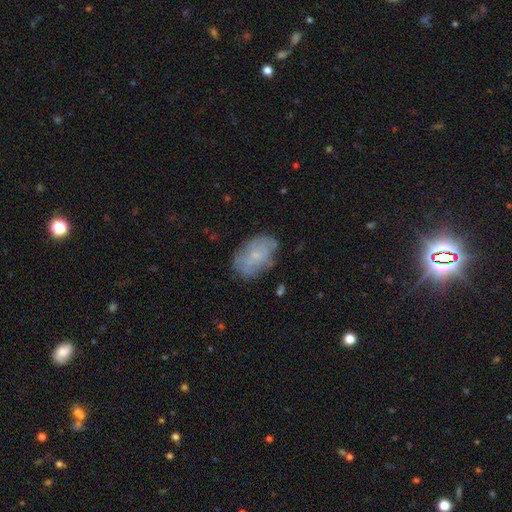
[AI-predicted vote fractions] smooth-or-featured: smooth: 54% | featured or disk: 38% | star or artifact: 9%
  how-rounded: in between: 89% | round: 10% | cigar-shaped: 2%
  merging: none: 70% | minor disturbance: 21% | major disturbance: 7% | merger: 2%